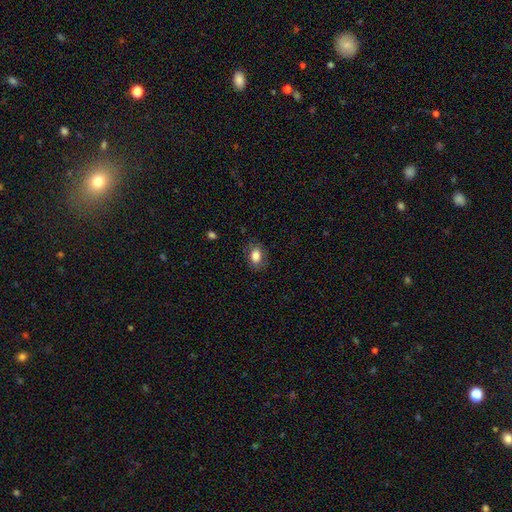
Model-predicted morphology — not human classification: This appears to be a smooth galaxy with no disk features (81%) that is in between round and cigar-shaped (76%). Merging: none (80%).